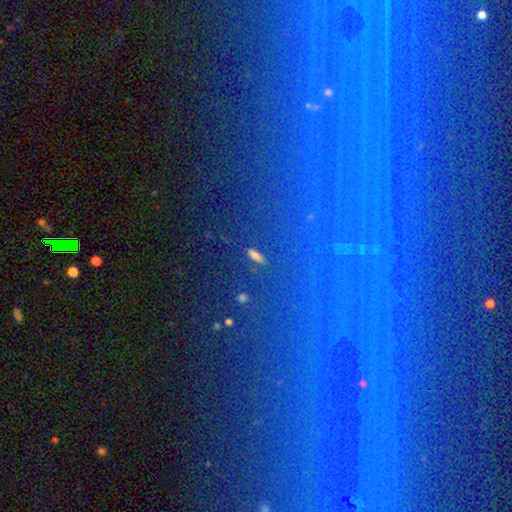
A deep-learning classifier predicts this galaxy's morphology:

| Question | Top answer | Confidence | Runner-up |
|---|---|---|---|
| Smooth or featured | star or artifact | 45% | smooth (39%) |